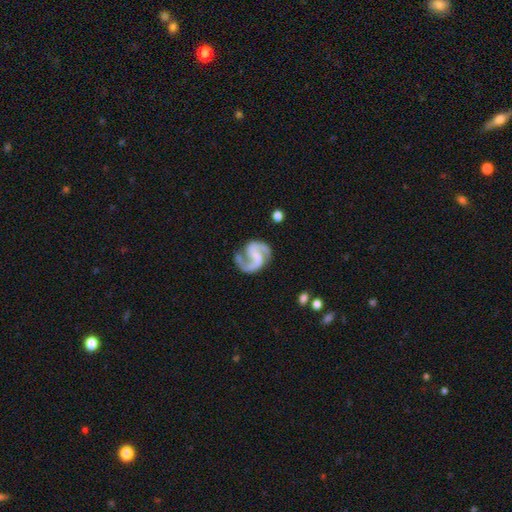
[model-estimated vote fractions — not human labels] Smooth or featured?
  - featured or disk: 92% *
  - star or artifact: 4%
  - smooth: 4%
Edge-on disk?
  - no: 98% *
  - yes: 2%
Bar?
  - weak: 41% *
  - no: 33%
  - strong: 25%
Spiral arms?
  - yes: 98% *
  - no: 2%
Spiral winding?
  - medium: 60% *
  - loose: 25%
  - tight: 15%
Spiral arm count?
  - 2: 93% *
  - 1: 2%
  - can't tell: 2%
  - 3: 1%
  - 4: 1%
  - more than 4: 1%
Bulge size?
  - none: 49% *
  - small: 33%
  - moderate: 15%
  - large: 3%
  - dominant: 1%
Merging?
  - none: 73% *
  - minor disturbance: 16%
  - major disturbance: 8%
  - merger: 3%